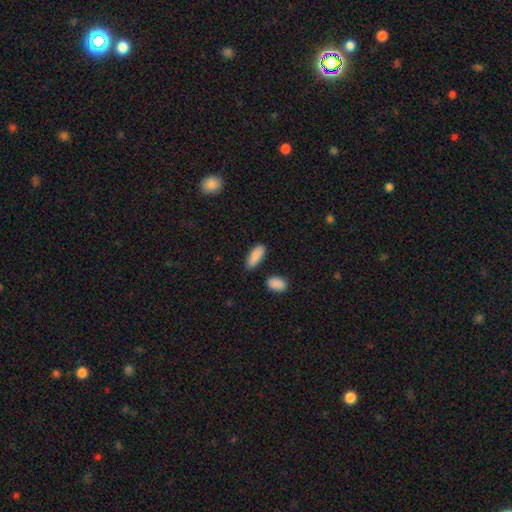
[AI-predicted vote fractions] smooth-or-featured: smooth: 89% | star or artifact: 7% | featured or disk: 5%
  how-rounded: in between: 76% | cigar-shaped: 22% | round: 2%
  merging: none: 80% | minor disturbance: 13% | merger: 4% | major disturbance: 3%